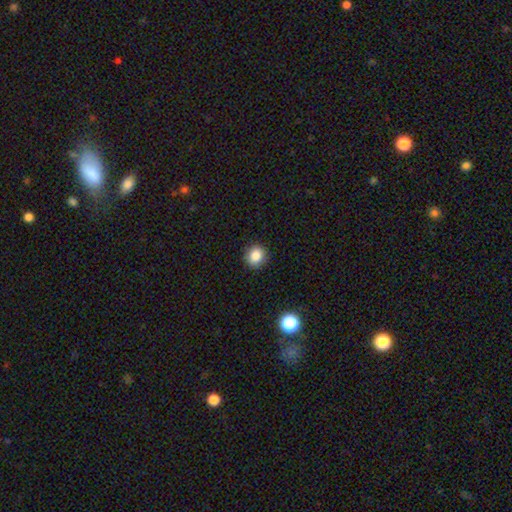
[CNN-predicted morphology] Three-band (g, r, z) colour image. It shows a smooth galaxy with no disk features (84%) that is round (85%). Merging: none (90%).